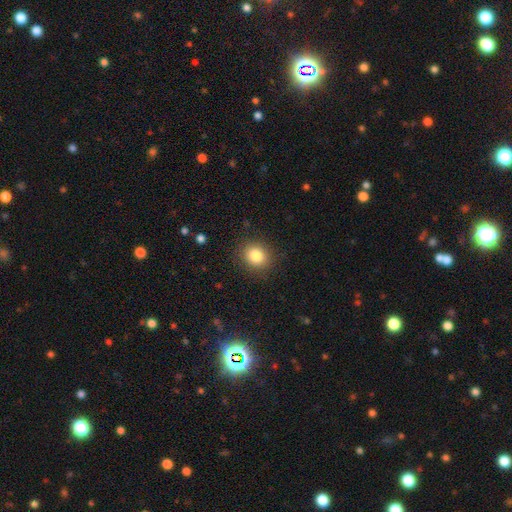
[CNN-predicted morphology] Q: Smooth or featured?
A: smooth (83%); runner-up: star or artifact (11%)
Q: How rounded?
A: round (76%); runner-up: in between (23%)
Q: Merging?
A: none (88%); runner-up: minor disturbance (8%)